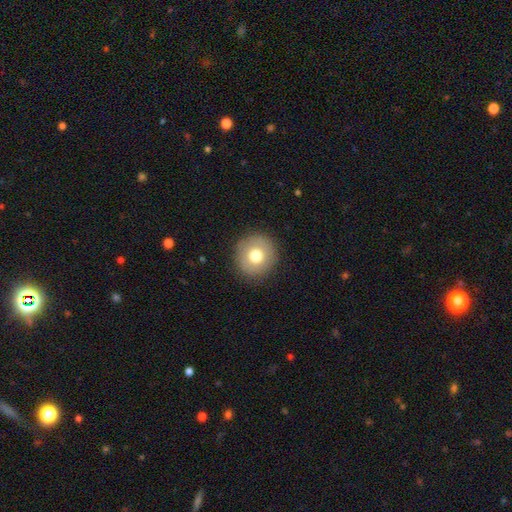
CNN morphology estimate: Smooth or featured: smooth — 72% (featured or disk — 18%)
How rounded: round — 94% (in between — 5%)
Merging: none — 90% (minor disturbance — 6%)